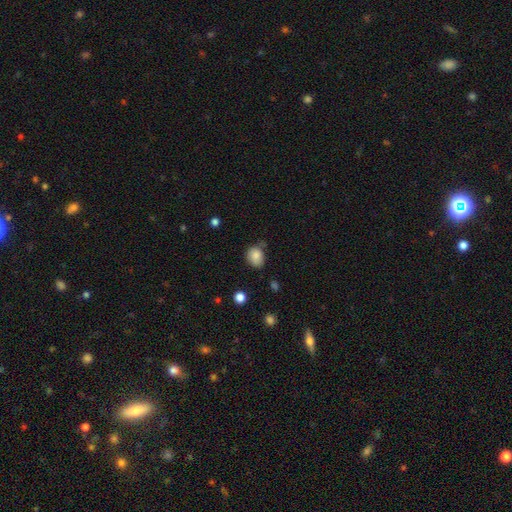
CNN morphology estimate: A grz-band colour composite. It shows a smooth galaxy with no disk features (84%) that is round (53%). Merging: none (58%).